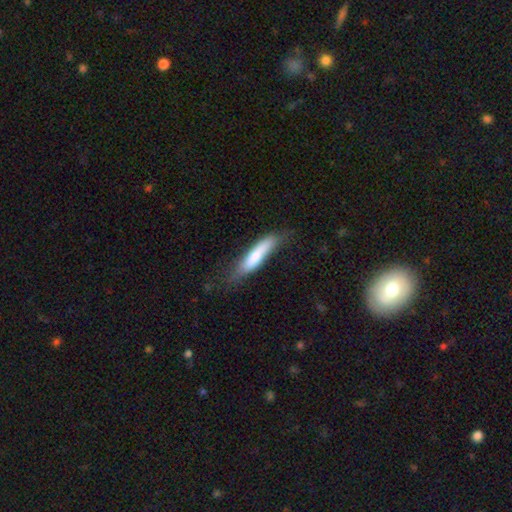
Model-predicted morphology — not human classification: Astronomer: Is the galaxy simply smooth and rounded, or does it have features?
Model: smooth — 72%.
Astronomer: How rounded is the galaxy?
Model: cigar-shaped — 78%.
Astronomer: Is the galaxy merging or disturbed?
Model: none — 63%.